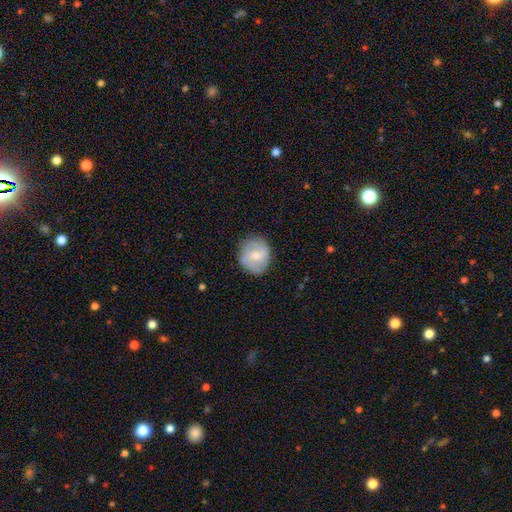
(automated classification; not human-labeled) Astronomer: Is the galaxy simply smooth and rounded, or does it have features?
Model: smooth — 55% (runner-up: featured or disk, 38%).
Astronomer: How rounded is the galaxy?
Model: round — 81%.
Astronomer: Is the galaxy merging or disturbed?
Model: none — 82%.